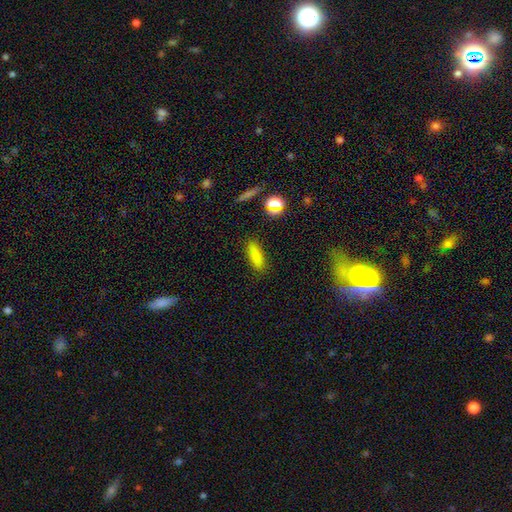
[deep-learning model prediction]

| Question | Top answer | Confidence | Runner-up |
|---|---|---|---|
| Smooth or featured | smooth | 82% | star or artifact (12%) |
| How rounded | cigar-shaped | 51% | in between (46%) |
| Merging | none | 87% | minor disturbance (9%) |